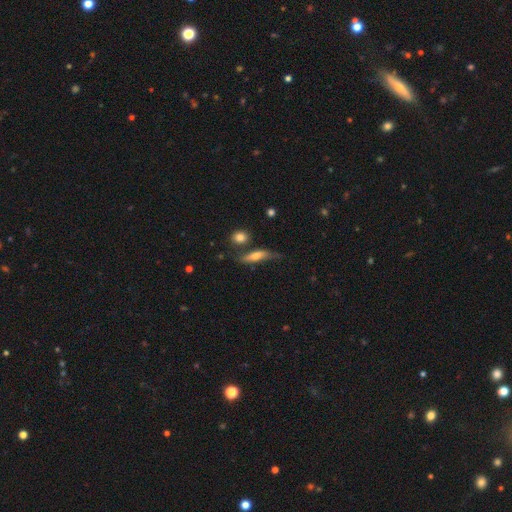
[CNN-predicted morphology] Smooth or featured? Predicted: smooth (p=0.60). How rounded? Predicted: cigar-shaped (p=0.63). Merging? Predicted: none (p=0.57).